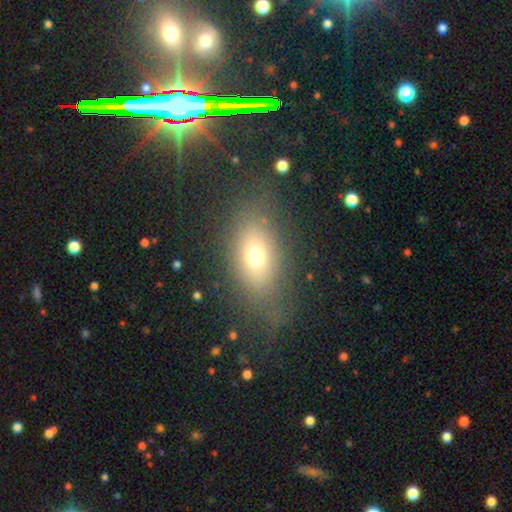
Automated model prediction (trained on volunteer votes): A smooth galaxy with no disk features (67%) that is in between round and cigar-shaped (76%).

Vote fractions:
- Smooth or featured? smooth: 67% / featured or disk: 19% / star or artifact: 14%
- How rounded? in between: 76% / round: 19% / cigar-shaped: 5%
- Merging? none: 65% / minor disturbance: 17% / major disturbance: 15% / merger: 2%